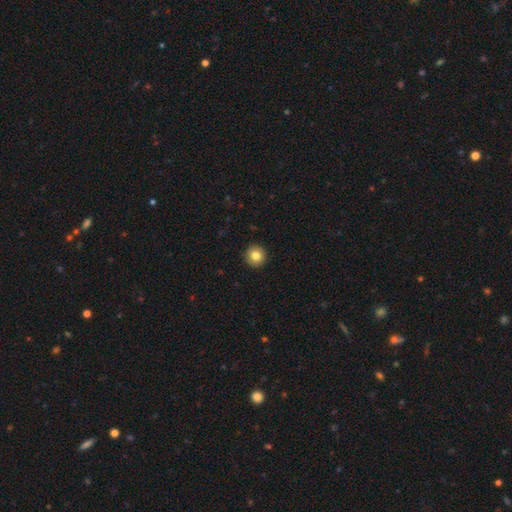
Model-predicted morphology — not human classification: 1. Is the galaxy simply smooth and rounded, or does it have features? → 82% smooth, 9% star or artifact, 8% featured or disk.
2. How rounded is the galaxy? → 95% round, 4% in between, 1% cigar-shaped.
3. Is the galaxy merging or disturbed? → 93% none, 5% minor disturbance, 1% major disturbance, 1% merger.